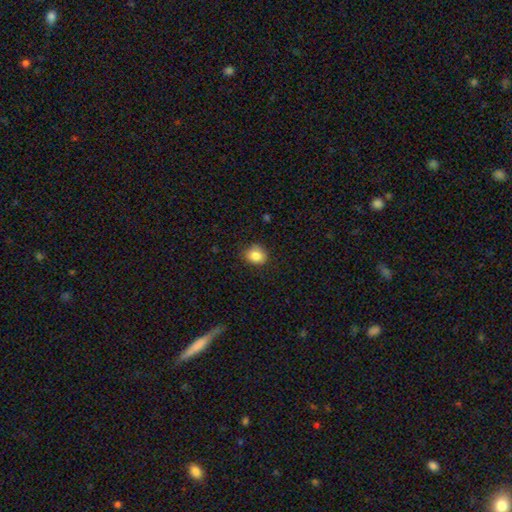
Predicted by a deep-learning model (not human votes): Smooth or featured? Predicted: smooth (p=0.85). How rounded? Predicted: round (p=0.72). Merging? Predicted: none (p=0.83).